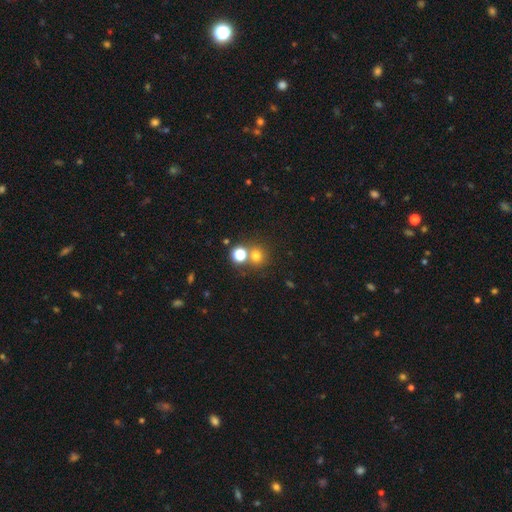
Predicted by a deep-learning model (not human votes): A smooth galaxy with no disk features (72%) that is round (89%). Merging: none (65%).